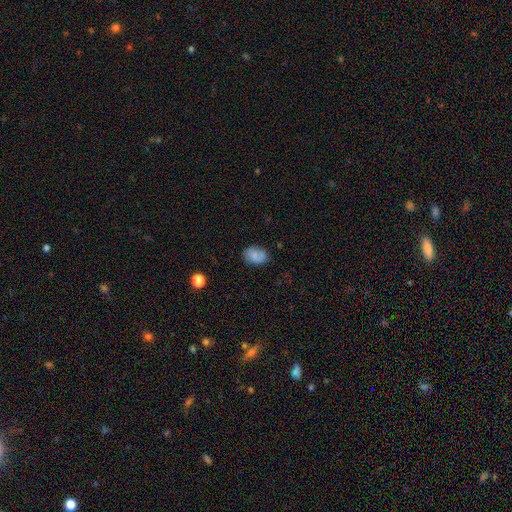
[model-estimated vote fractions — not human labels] This appears to be a smooth galaxy with no disk features (70%) that is in between round and cigar-shaped (74%). Merging: none (70%).